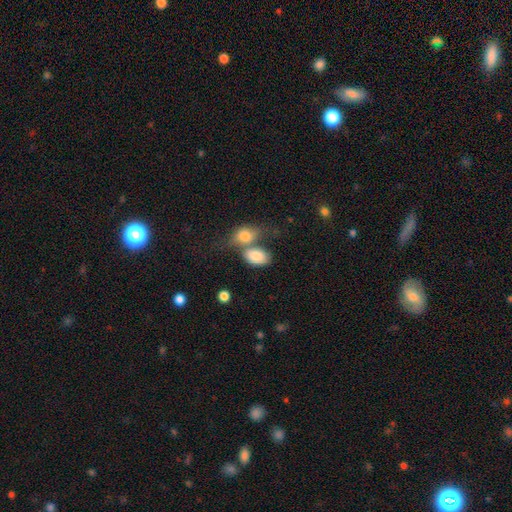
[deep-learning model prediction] Smooth or featured?
  - smooth: 82% *
  - featured or disk: 11%
  - star or artifact: 7%
How rounded?
  - in between: 87% *
  - round: 11%
  - cigar-shaped: 2%
Merging?
  - merger: 54% *
  - none: 28%
  - minor disturbance: 11%
  - major disturbance: 7%